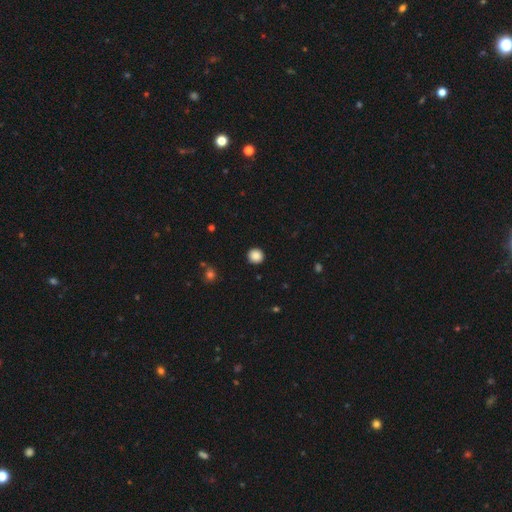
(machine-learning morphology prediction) The model was most divided on "smooth or featured": smooth: 87%, star or artifact: 10%, featured or disk: 3%. More confident: how rounded — round (94%); merging — none (92%).